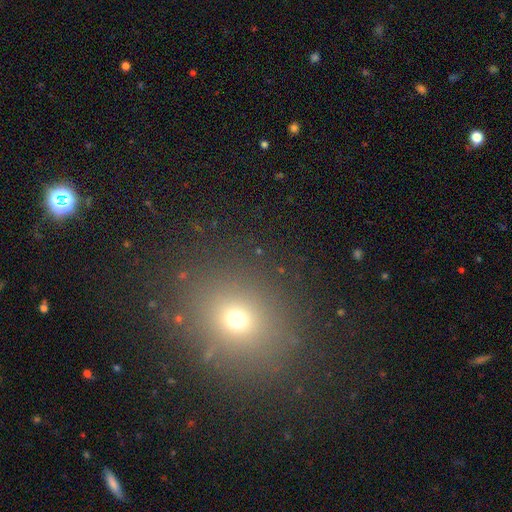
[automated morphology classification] type=smooth (63%); roundness=round (67%); merging=none (87%).